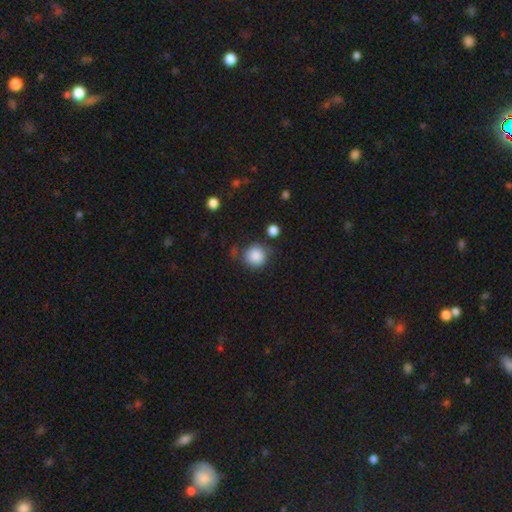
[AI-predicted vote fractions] A smooth galaxy with no disk features (87%) that is round (91%). Merging: none (71%).